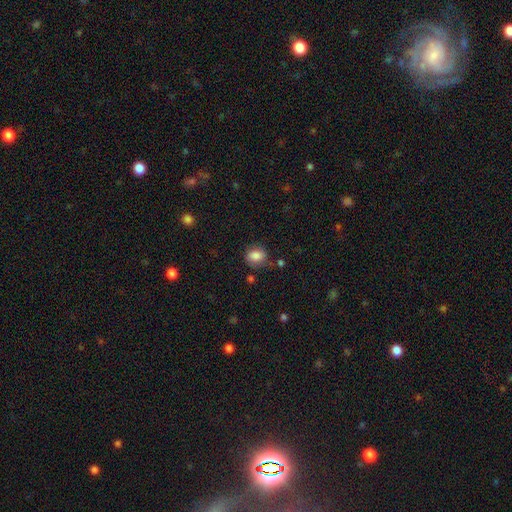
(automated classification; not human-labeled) Smooth or featured? Predicted: smooth (p=0.82). How rounded? Predicted: in between (p=0.54). Merging? Predicted: none (p=0.69).